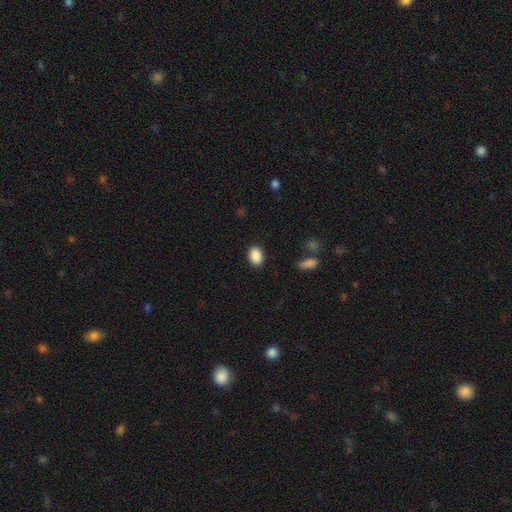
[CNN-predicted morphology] This is clearly a smooth galaxy (90%). How rounded: clearly in between (82%). Merging: clearly none (88%).